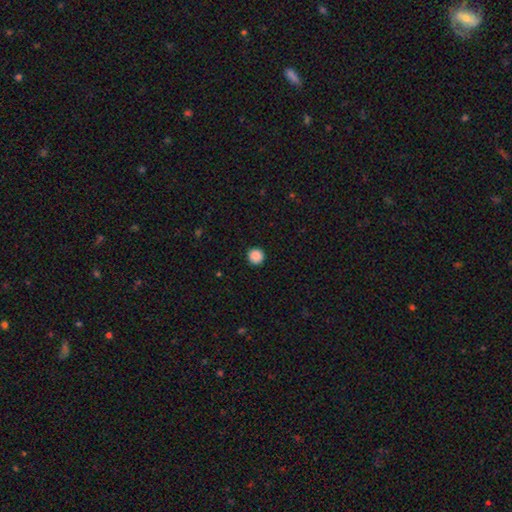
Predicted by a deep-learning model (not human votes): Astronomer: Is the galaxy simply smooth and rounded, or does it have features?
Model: smooth — 88%.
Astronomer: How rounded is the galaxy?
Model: round — 94%.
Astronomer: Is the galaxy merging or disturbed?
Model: none — 90%.